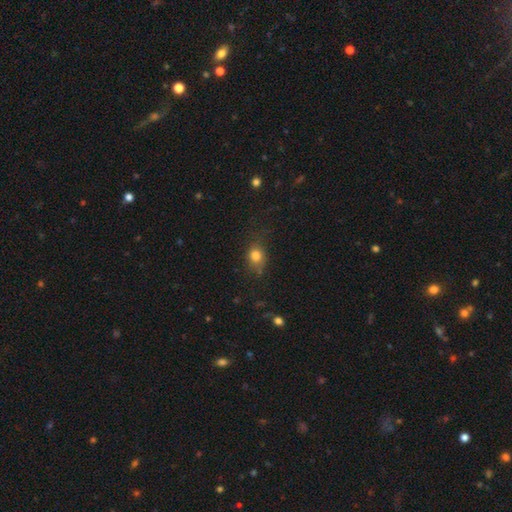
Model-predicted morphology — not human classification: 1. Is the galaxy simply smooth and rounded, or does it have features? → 79% smooth, 12% star or artifact, 9% featured or disk.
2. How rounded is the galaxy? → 59% round, 39% in between, 2% cigar-shaped.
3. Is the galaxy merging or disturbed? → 67% none, 23% minor disturbance, 8% major disturbance, 2% merger.